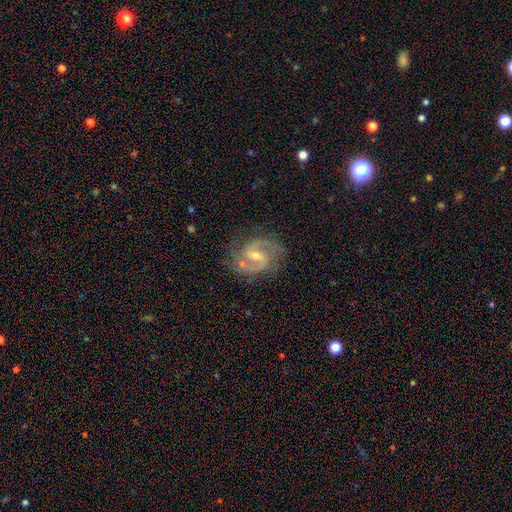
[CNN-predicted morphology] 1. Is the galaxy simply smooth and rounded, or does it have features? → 91% featured or disk, 5% star or artifact, 4% smooth.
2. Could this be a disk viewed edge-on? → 98% no, 2% yes.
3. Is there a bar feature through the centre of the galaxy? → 52% weak, 25% strong, 23% no.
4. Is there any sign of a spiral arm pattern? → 98% yes, 2% no.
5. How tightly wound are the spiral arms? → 63% medium, 19% loose, 18% tight.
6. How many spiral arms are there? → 92% 2, 3% 3, 2% can't tell, 1% 1, 1% 4, 1% more than 4.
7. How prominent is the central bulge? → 53% small, 43% moderate, 2% none, 1% large, 1% dominant.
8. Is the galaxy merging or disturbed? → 78% none, 14% minor disturbance, 5% major disturbance, 2% merger.